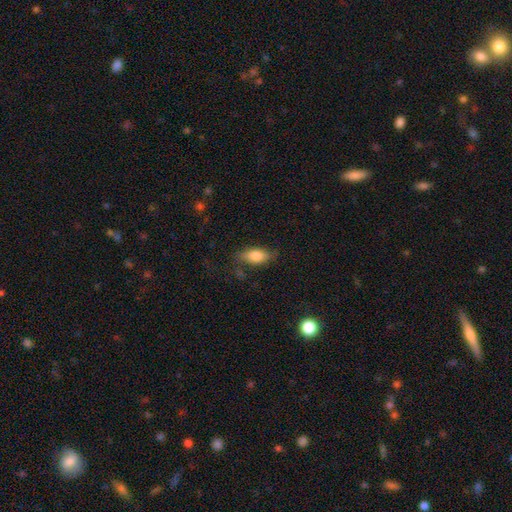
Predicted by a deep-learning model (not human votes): This is likely a smooth galaxy (79%). How rounded: clearly in between (85%). Merging: likely none (72%).